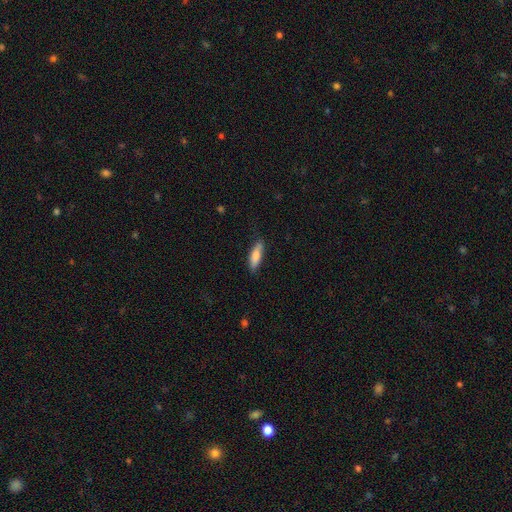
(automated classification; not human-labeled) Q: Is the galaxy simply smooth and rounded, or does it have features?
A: smooth — 81%.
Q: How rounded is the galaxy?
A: cigar-shaped — 51%.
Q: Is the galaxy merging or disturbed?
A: none — 80%.